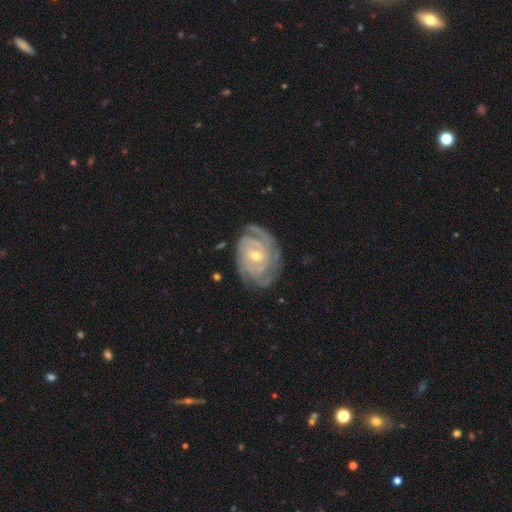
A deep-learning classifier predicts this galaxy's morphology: type=featured or disk (88%); edge-on=no (97%); bar=no (49%); spiral arms=yes (97%); winding=tight (74%); arm count=can't tell (27%); bulge=moderate (49%); merging=none (73%).